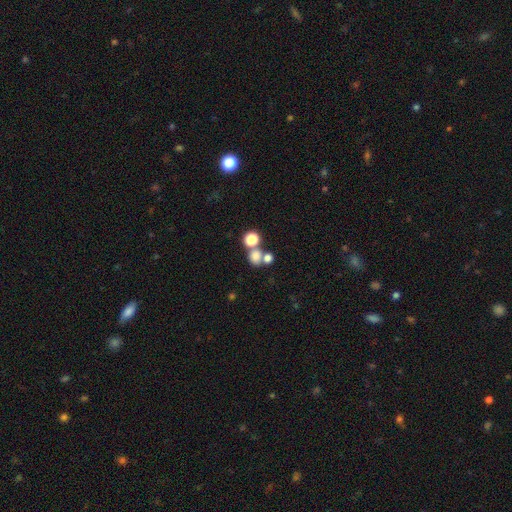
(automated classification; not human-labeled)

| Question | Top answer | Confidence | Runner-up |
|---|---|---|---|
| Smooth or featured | smooth | 75% | star or artifact (16%) |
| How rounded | round | 70% | in between (28%) |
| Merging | none | 44% | merger (42%) |